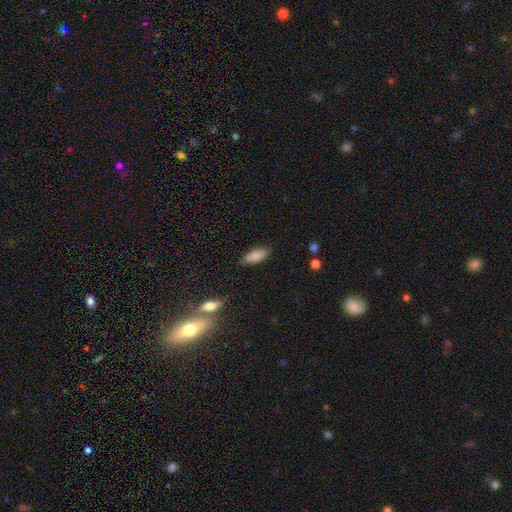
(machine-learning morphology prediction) Smooth or featured?
  - smooth: 85% *
  - featured or disk: 9%
  - star or artifact: 7%
How rounded?
  - in between: 76% *
  - cigar-shaped: 22%
  - round: 2%
Merging?
  - none: 83% *
  - minor disturbance: 13%
  - major disturbance: 3%
  - merger: 1%